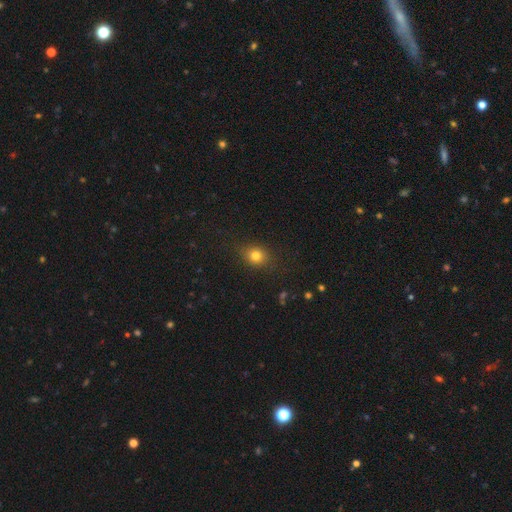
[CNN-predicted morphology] The model was most divided on "how rounded": round: 66%, in between: 32%, cigar-shaped: 1%. More confident: merging — none (83%); smooth or featured — smooth (78%).